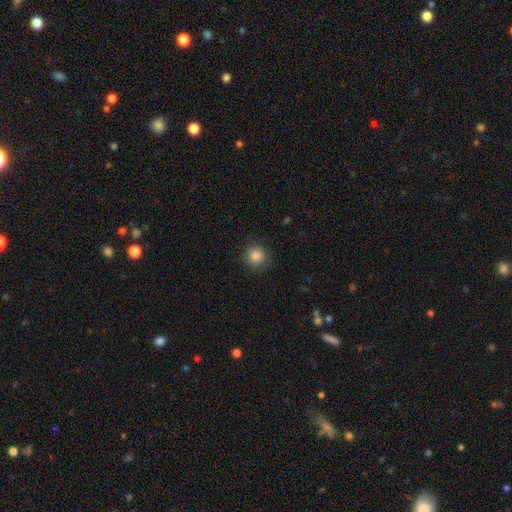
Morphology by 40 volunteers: Q: Smooth or featured?
A: smooth (80%); runner-up: featured or disk (10%)
Q: How rounded?
A: round (97%); runner-up: in between (3%)
Q: Merging?
A: none (78%); runner-up: minor disturbance (14%)